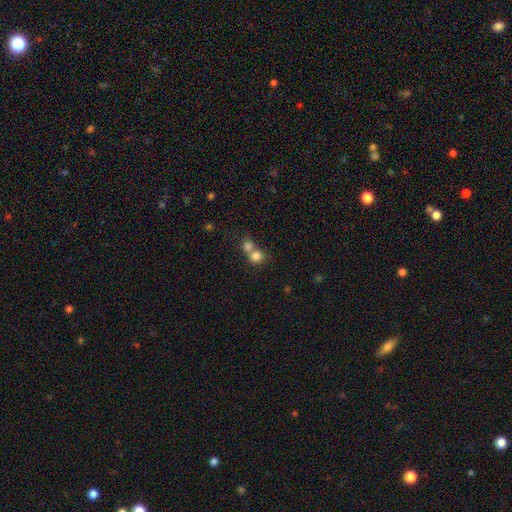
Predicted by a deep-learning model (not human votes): Smooth or featured? Predicted: smooth (p=0.79). How rounded? Predicted: round (p=0.82). Merging? Predicted: merger (p=0.57).